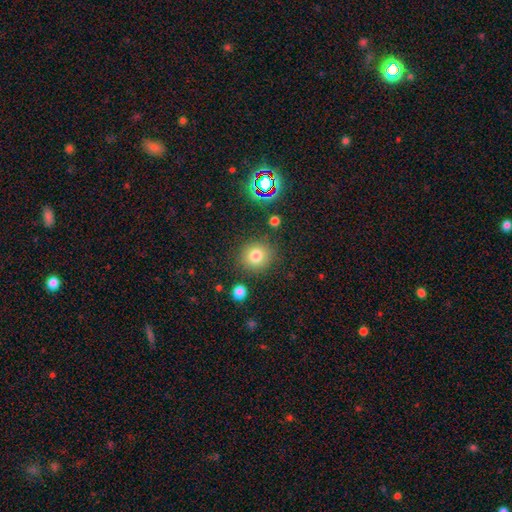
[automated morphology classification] smooth 78%, star or artifact 14%, featured or disk 8%. Down the decision tree: how rounded — round (89%); merging — none (86%).